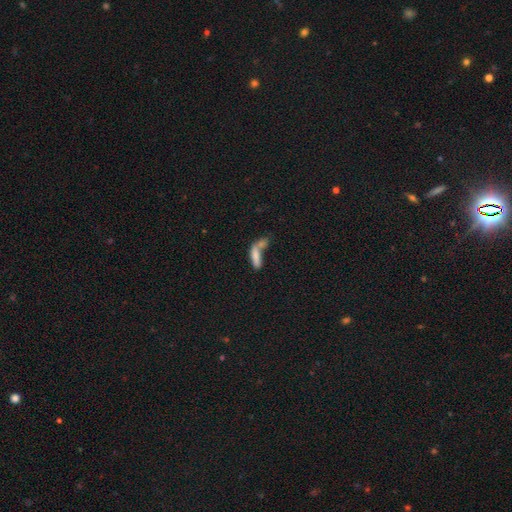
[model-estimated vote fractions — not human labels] Overall: smooth (73%). How rounded: cigar-shaped (53%; in between 44%). Merging: merger (55%; none 24%).